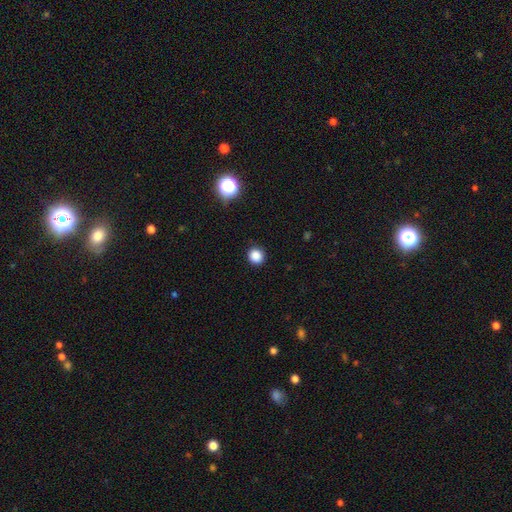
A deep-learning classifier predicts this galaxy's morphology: Smooth or featured? Predicted: smooth (p=0.85). How rounded? Predicted: round (p=0.92). Merging? Predicted: none (p=0.91).